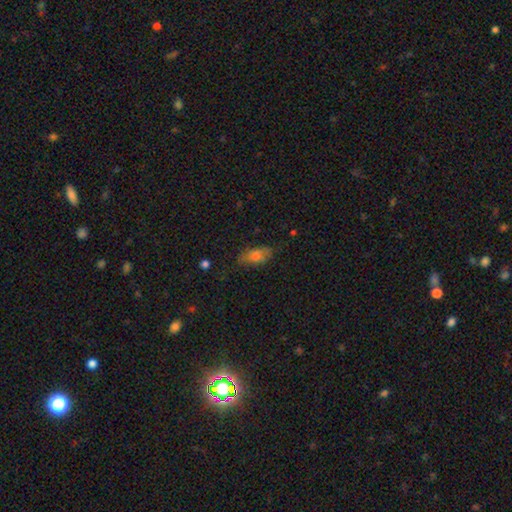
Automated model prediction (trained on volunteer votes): Smooth or featured: smooth — 64% (featured or disk — 22%)
How rounded: in between — 82% (cigar-shaped — 12%)
Merging: none — 69% (minor disturbance — 22%)